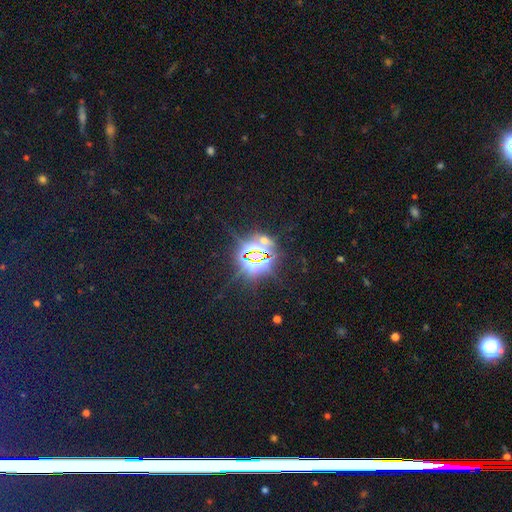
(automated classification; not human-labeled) This appears to be a star or artifact, not a galaxy (83%).